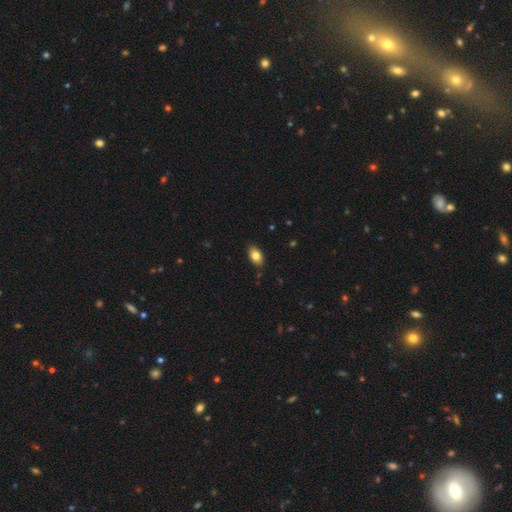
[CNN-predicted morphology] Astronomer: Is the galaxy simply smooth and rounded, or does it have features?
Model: smooth — 81%.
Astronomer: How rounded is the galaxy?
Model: in between — 89%.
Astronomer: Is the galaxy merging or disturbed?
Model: none — 86%.